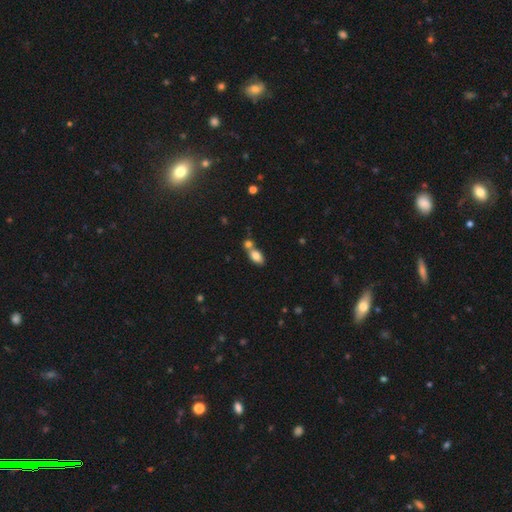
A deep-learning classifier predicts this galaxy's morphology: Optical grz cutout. It shows a smooth galaxy with no disk features (80%) that is in between round and cigar-shaped (87%). Merging: merger (46%).